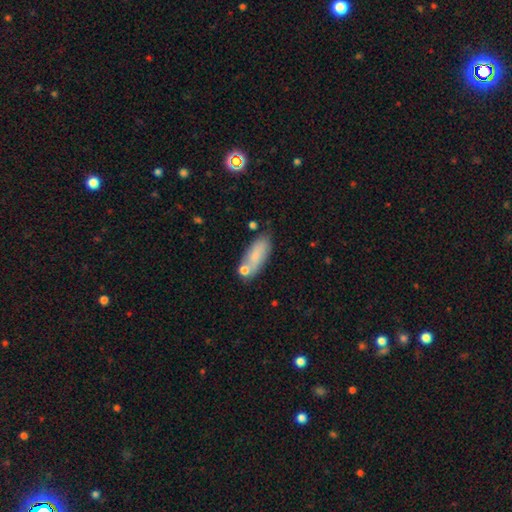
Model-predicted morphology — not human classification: smooth_or_featured: smooth (p=0.78) [alt: featured or disk p=0.15]
how_rounded: in between (p=0.74) [alt: cigar-shaped p=0.24]
merging: none (p=0.63) [alt: minor disturbance p=0.19]